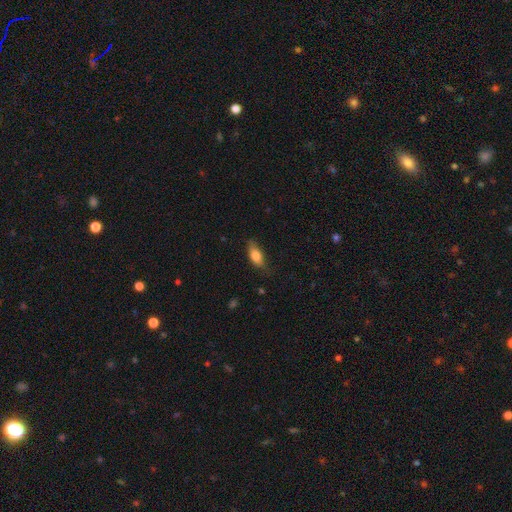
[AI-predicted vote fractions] Smooth or featured? smooth (80%)
How rounded? in between (81%)
Merging? none (67%)